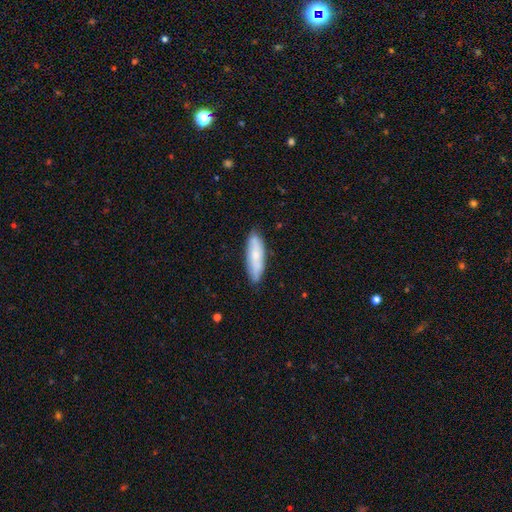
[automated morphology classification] A smooth galaxy with no disk features (67%) that is cigar-shaped (57%).

Vote fractions:
- Smooth or featured? smooth: 67% / featured or disk: 27% / star or artifact: 6%
- How rounded? cigar-shaped: 57% / in between: 42% / round: 2%
- Merging? none: 83% / minor disturbance: 14% / major disturbance: 2% / merger: 1%